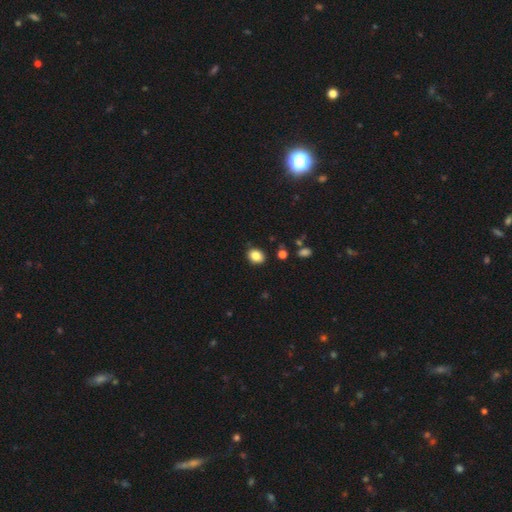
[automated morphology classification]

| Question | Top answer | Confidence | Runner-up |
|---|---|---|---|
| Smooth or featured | smooth | 84% | star or artifact (10%) |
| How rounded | in between | 57% | round (42%) |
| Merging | none | 85% | minor disturbance (10%) |